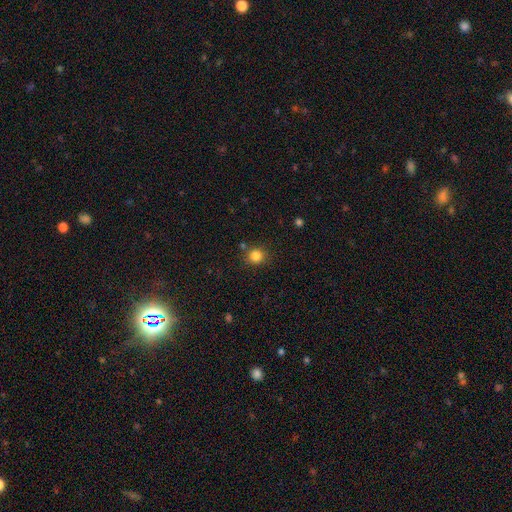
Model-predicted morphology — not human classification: The model was most divided on "smooth or featured": smooth: 83%, star or artifact: 12%, featured or disk: 5%. More confident: how rounded — round (89%); merging — none (82%).